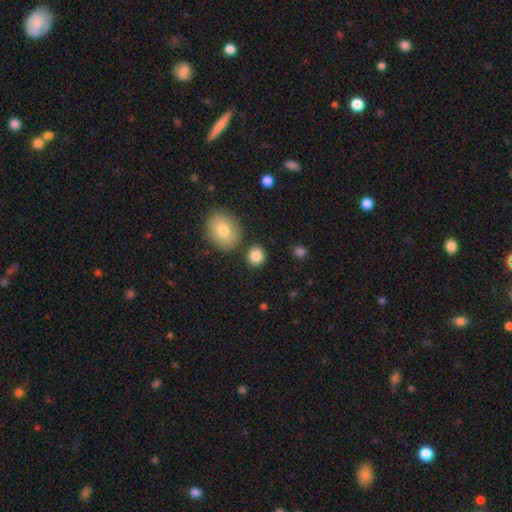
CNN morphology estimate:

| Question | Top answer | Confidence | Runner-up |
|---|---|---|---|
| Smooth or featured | smooth | 85% | star or artifact (10%) |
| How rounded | round | 83% | in between (16%) |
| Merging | none | 83% | minor disturbance (8%) |